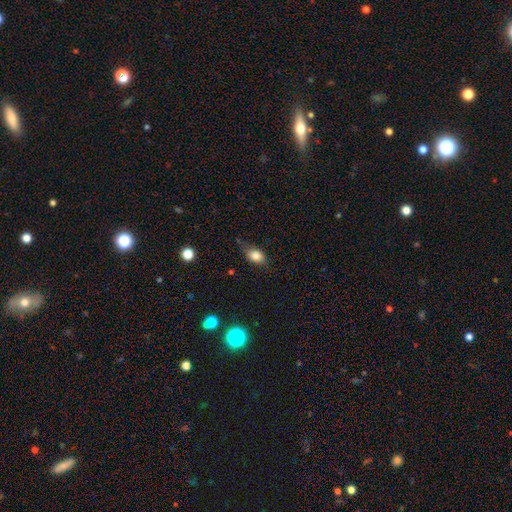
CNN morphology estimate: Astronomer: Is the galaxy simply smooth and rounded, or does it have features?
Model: smooth — 81%.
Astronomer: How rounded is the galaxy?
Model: in between — 77%.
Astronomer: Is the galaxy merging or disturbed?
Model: none — 59%.